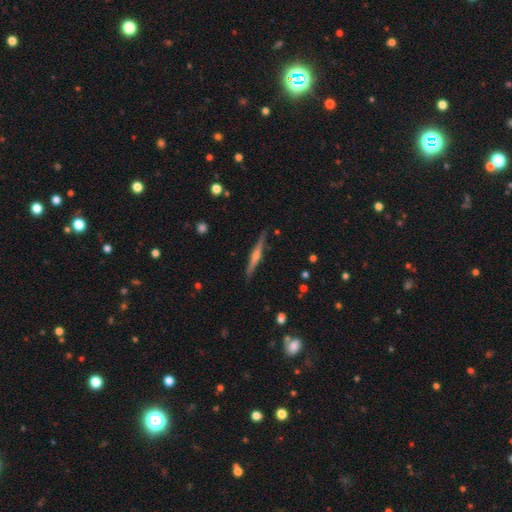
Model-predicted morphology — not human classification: smooth_or_featured: featured or disk (p=0.73) [alt: smooth p=0.21]
disk_edge_on: yes (p=0.98) [alt: no p=0.02]
edge_on_bulge: rounded (p=0.80) [alt: none p=0.10]
merging: none (p=0.89) [alt: minor disturbance p=0.08]